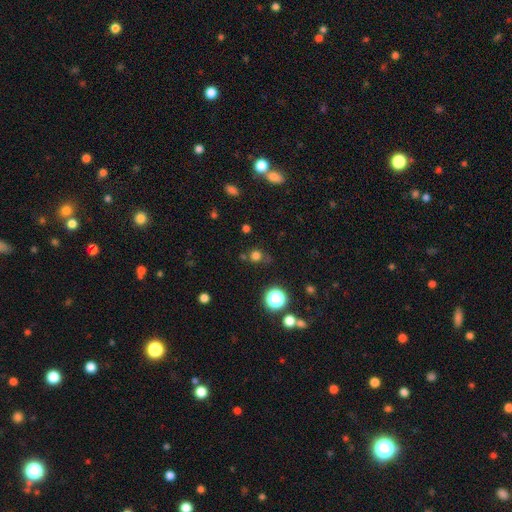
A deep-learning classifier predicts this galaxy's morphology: type=smooth (69%); roundness=round (86%); merging=none (68%).